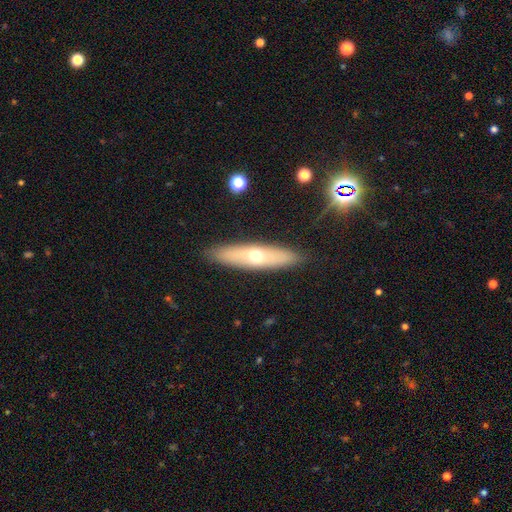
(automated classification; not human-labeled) smooth_or_featured: smooth (p=0.50) [alt: featured or disk p=0.44]
merging: none (p=0.88) [alt: minor disturbance p=0.08]